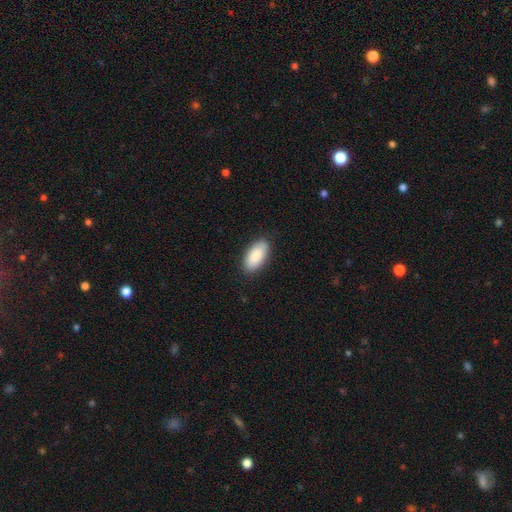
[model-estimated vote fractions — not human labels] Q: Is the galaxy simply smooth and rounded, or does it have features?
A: smooth — 89%.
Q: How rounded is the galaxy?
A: in between — 93%.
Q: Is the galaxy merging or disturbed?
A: none — 87%.